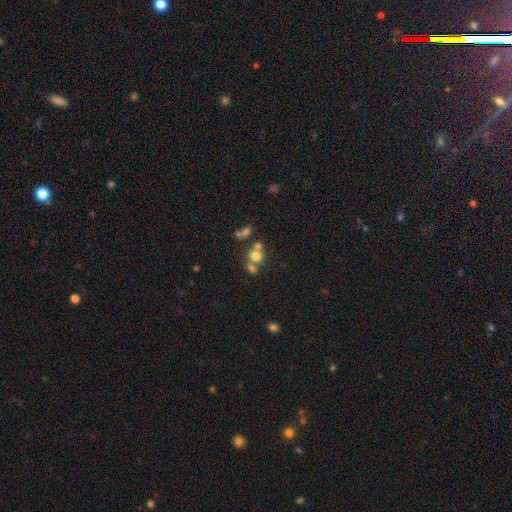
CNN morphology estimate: Smooth or featured: smooth — 67% (star or artifact — 17%)
How rounded: round — 76% (in between — 23%)
Merging: merger — 46% (none — 41%)